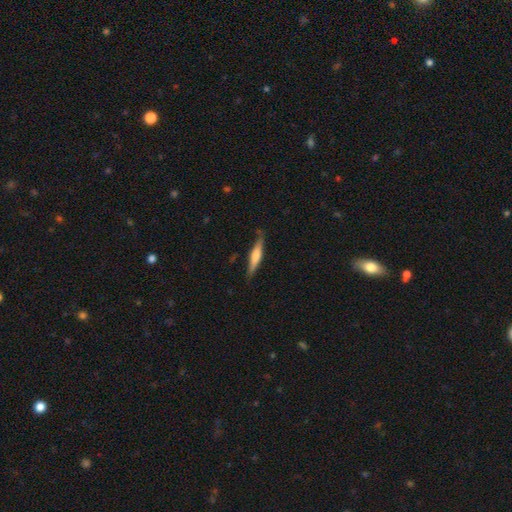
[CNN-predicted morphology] A featured or disk galaxy (49%). Merging: none (81%).